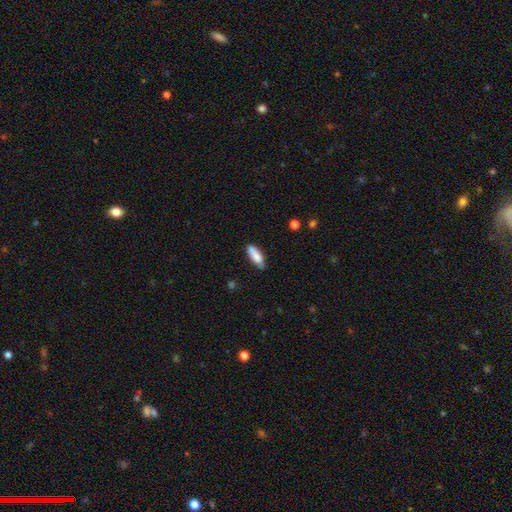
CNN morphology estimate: Smooth or featured? Predicted: smooth (p=0.81). How rounded? Predicted: in between (p=0.53). Merging? Predicted: none (p=0.70).